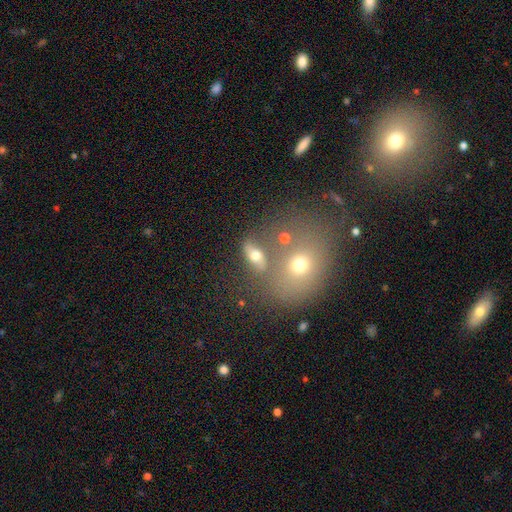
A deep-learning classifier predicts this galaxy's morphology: Overall: smooth (57%; featured or disk 28%). How rounded: in between (66%). Merging: none (51%; merger 24%).